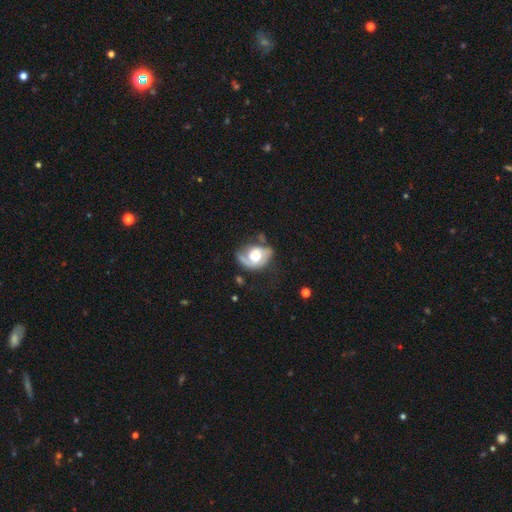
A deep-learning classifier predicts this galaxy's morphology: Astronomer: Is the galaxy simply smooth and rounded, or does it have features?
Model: featured or disk — 67%.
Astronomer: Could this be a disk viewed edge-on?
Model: no — 97%.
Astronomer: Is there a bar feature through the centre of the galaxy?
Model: no — 71%.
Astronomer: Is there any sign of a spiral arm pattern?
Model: yes — 82%.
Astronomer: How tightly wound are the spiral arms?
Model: medium — 40% (runner-up: tight, 35%).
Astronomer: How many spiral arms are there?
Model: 2 — 56%.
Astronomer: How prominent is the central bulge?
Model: moderate — 50% (runner-up: large, 38%).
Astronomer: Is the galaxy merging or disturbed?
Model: none — 44% (runner-up: minor disturbance, 29%).